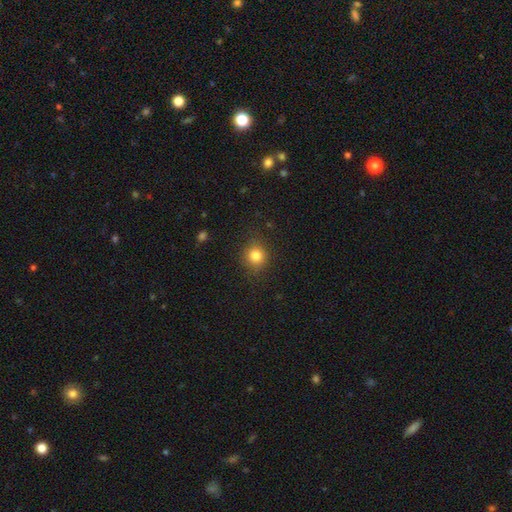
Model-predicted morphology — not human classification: The model was most divided on "smooth or featured": smooth: 82%, star or artifact: 12%, featured or disk: 6%. More confident: how rounded — round (87%); merging — none (84%).